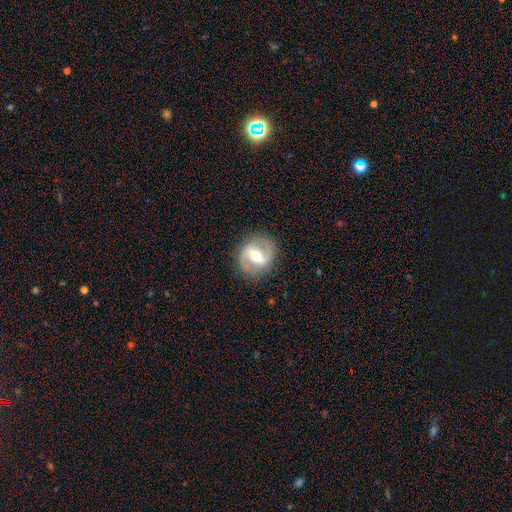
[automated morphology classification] The model was most divided on "bar": strong: 51%, weak: 38%, no: 12%. Remaining: edge-on disk — no (96%); spiral arm count — 2 (90%); spiral arms — yes (86%); merging — none (85%); smooth or featured — featured or disk (80%); bulge size — moderate (63%); spiral winding — medium (49%).